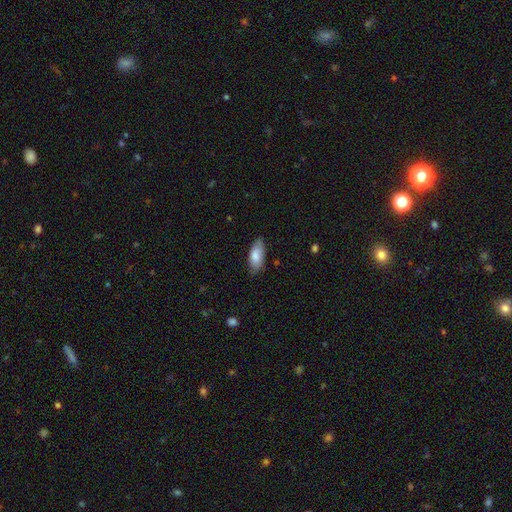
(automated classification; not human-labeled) Overall: smooth (82%). How rounded: in between (85%). Merging: none (78%).